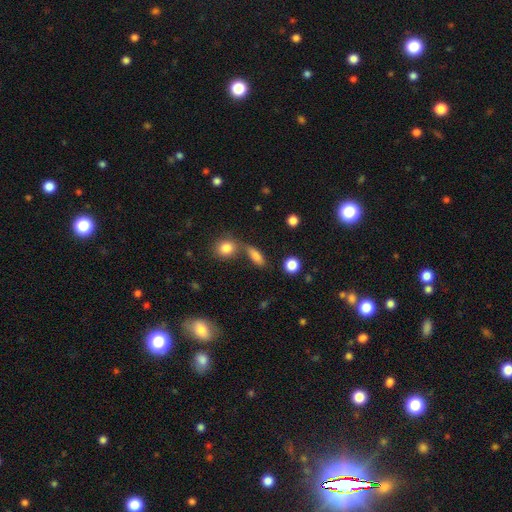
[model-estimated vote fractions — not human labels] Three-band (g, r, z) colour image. It shows a smooth galaxy with no disk features (78%) that is in between round and cigar-shaped (56%). Merging: none (61%).